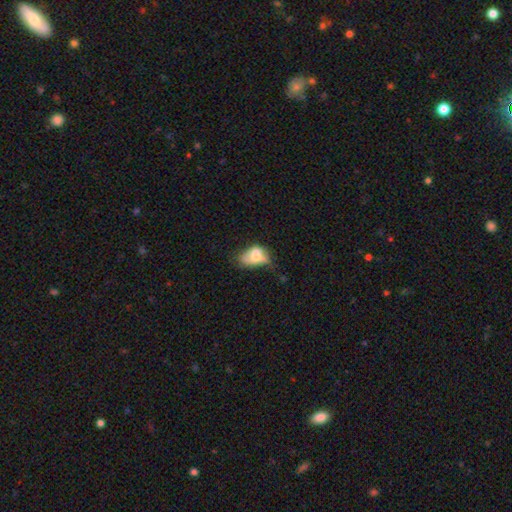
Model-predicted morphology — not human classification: Smooth or featured: smooth — 60% (featured or disk — 30%)
How rounded: in between — 85% (round — 13%)
Merging: minor disturbance — 31% (major disturbance — 27%)